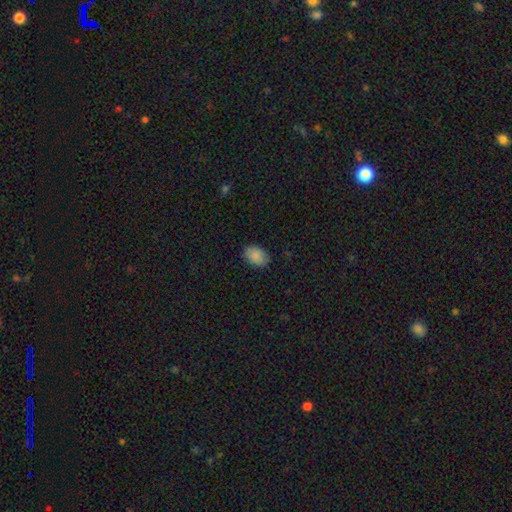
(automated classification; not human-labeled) Morphology: type=smooth (88%); roundness=in between (81%); merging=none (85%).